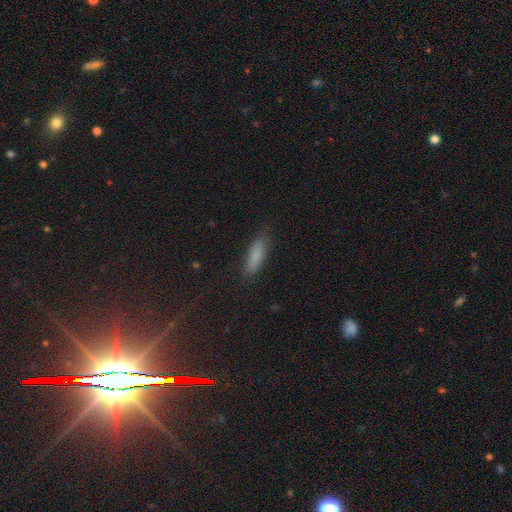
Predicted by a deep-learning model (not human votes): A smooth galaxy with no disk features (81%) that is cigar-shaped (56%).

Vote fractions:
- Smooth or featured? smooth: 81% / featured or disk: 10% / star or artifact: 9%
- How rounded? cigar-shaped: 56% / in between: 42% / round: 2%
- Merging? none: 82% / minor disturbance: 13% / major disturbance: 3% / merger: 1%